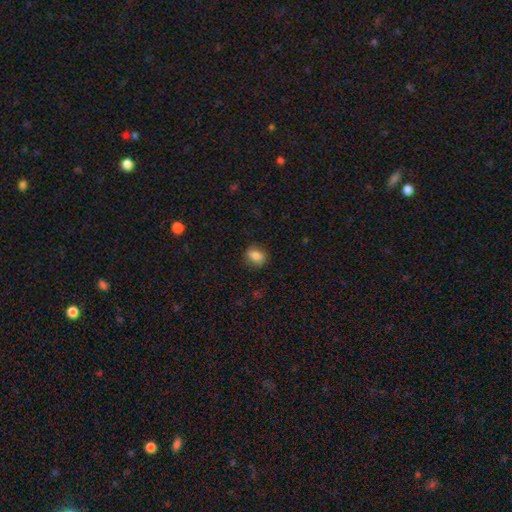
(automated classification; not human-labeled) This appears to be a smooth galaxy with no disk features (83%) that is in between round and cigar-shaped (51%). Merging: none (83%).